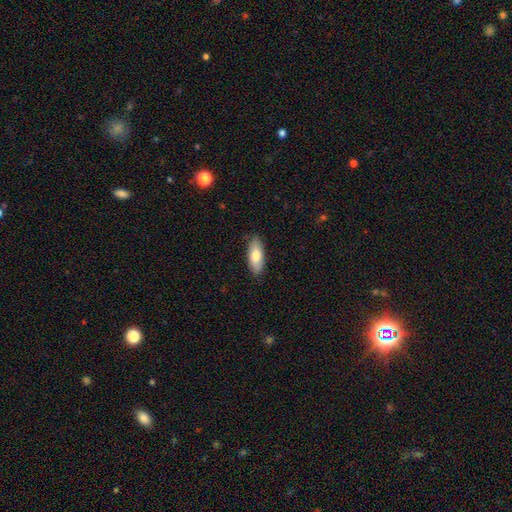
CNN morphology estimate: A smooth galaxy with no disk features (75%) that is in between round and cigar-shaped (79%).

Vote fractions:
- Smooth or featured? smooth: 75% / featured or disk: 19% / star or artifact: 6%
- How rounded? in between: 79% / cigar-shaped: 18% / round: 2%
- Merging? none: 86% / minor disturbance: 11% / major disturbance: 2% / merger: 1%